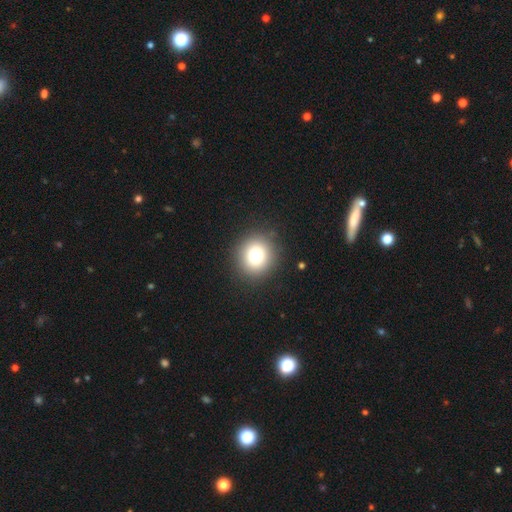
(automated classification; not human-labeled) The model was most divided on "smooth or featured": smooth: 78%, star or artifact: 13%, featured or disk: 9%. More confident: merging — none (90%); how rounded — round (90%).